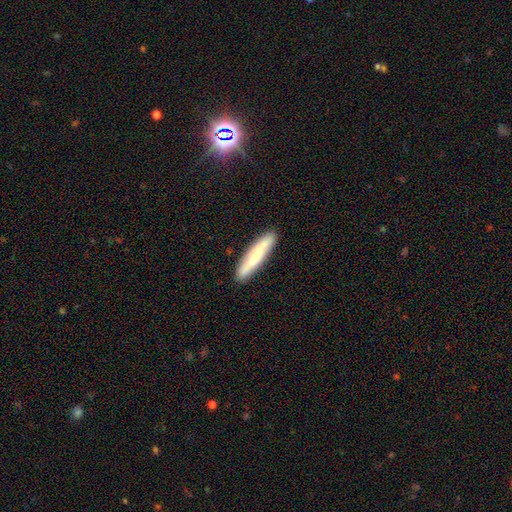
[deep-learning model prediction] The model was most divided on "smooth or featured": smooth: 64%, featured or disk: 31%, star or artifact: 5%. More confident: merging — none (89%); how rounded — cigar-shaped (88%).